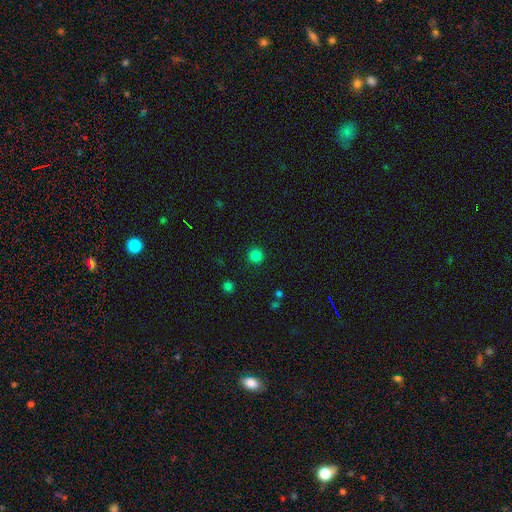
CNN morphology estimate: smooth_or_featured: smooth (p=0.83) [alt: star or artifact p=0.14]
how_rounded: round (p=0.96) [alt: in between p=0.03]
merging: none (p=0.92) [alt: minor disturbance p=0.05]